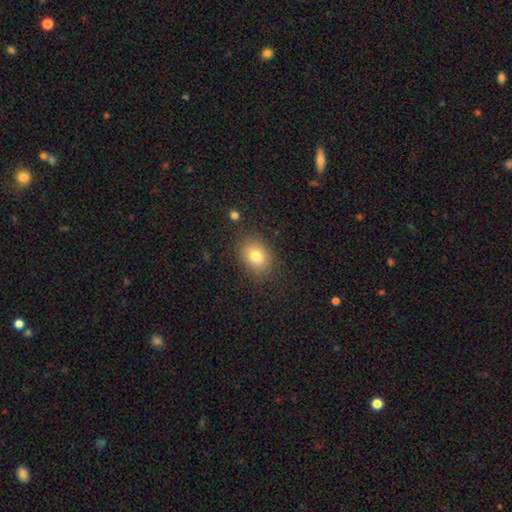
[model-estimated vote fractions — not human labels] smooth-or-featured: smooth: 79% | featured or disk: 10% | star or artifact: 10%
  how-rounded: in between: 58% | round: 41% | cigar-shaped: 1%
  merging: none: 84% | minor disturbance: 11% | major disturbance: 4% | merger: 2%